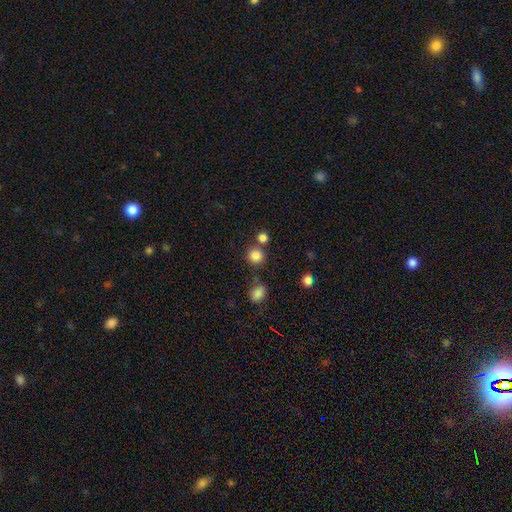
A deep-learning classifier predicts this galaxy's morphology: smooth 82%, star or artifact 13%, featured or disk 5%. Down the decision tree: how rounded — round (91%); merging — none (74%).